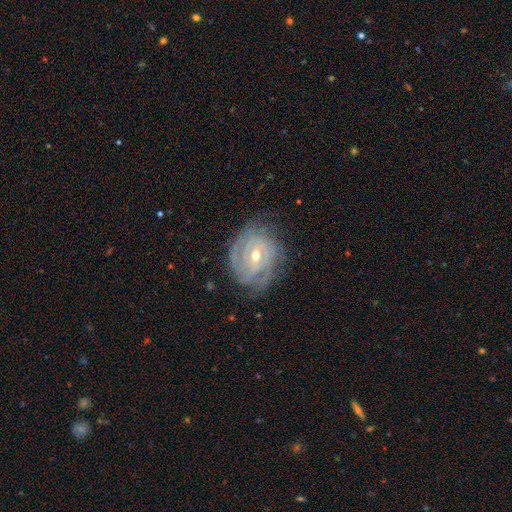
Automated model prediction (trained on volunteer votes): Morphology: type=featured or disk (86%); edge-on=no (97%); bar=weak (44%); spiral arms=yes (95%); winding=tight (75%); arm count=can't tell (34%); bulge=moderate (51%); merging=none (73%).